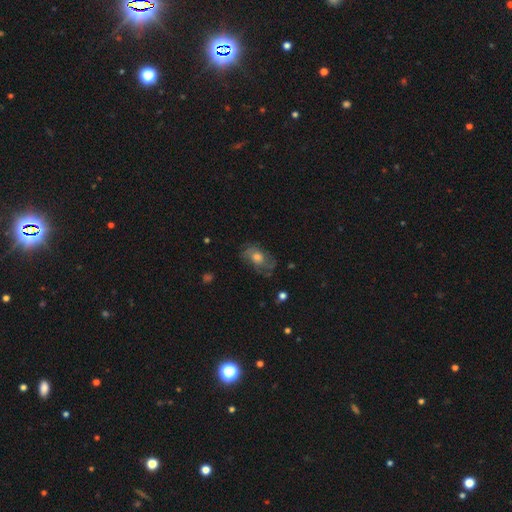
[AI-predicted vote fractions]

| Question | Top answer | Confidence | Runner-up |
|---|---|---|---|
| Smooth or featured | featured or disk | 56% | smooth (29%) |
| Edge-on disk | no | 94% | yes (6%) |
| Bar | no | 79% | weak (18%) |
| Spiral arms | yes | 77% | no (23%) |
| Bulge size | moderate | 59% | large (23%) |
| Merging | none | 68% | minor disturbance (20%) |